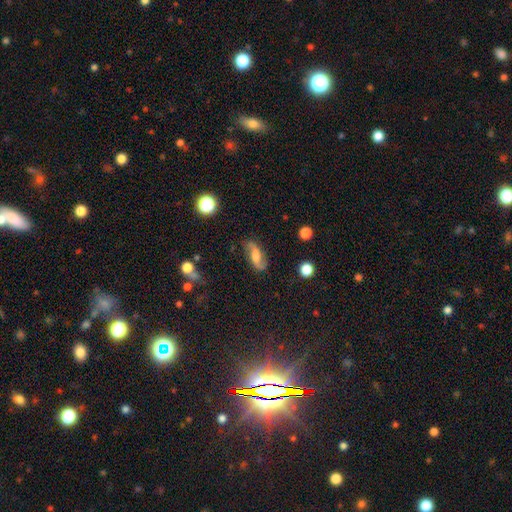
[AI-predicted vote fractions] Morphology: type=featured or disk (72%); edge-on=no (93%); bar=no (43%); spiral arms=yes (95%); winding=loose (64%); arm count=2 (92%); bulge=moderate (34%); merging=none (78%).